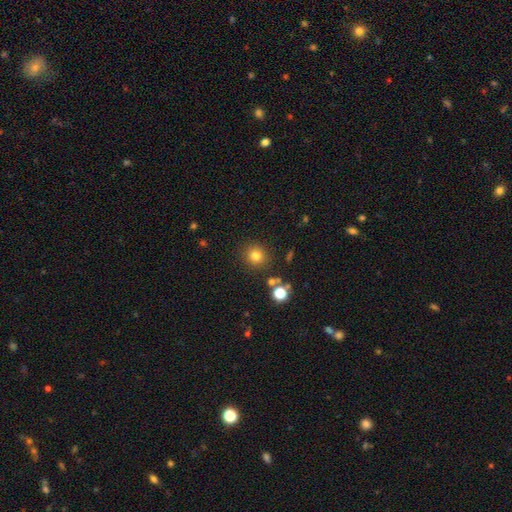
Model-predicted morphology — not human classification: type=smooth (80%); roundness=round (90%); merging=none (86%).